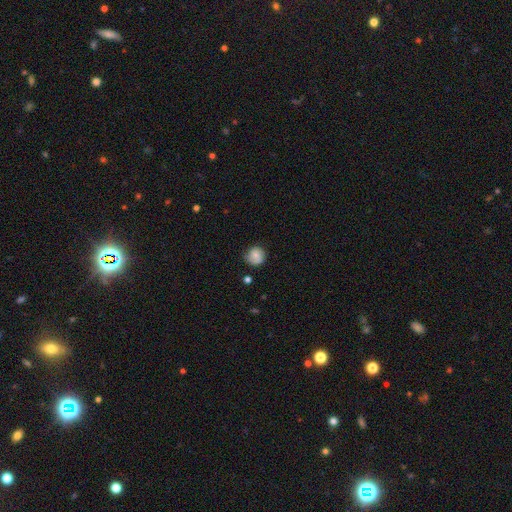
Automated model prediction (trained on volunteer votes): smooth-or-featured: smooth: 62% | featured or disk: 30% | star or artifact: 8%
  how-rounded: round: 83% | in between: 16% | cigar-shaped: 1%
  merging: none: 66% | minor disturbance: 24% | major disturbance: 8% | merger: 2%